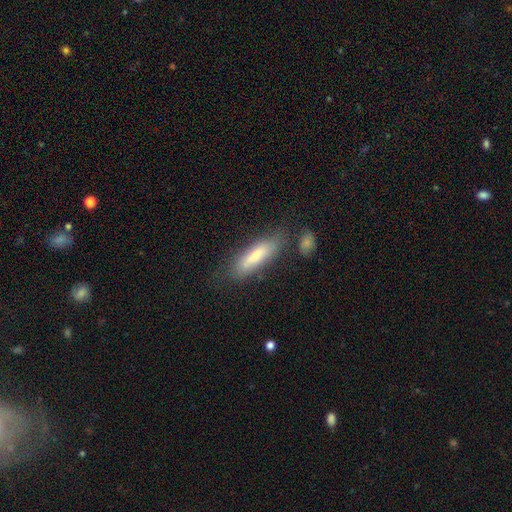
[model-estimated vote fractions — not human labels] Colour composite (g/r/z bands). It shows a smooth galaxy with no disk features (70%) that is cigar-shaped (62%). Merging: none (65%).